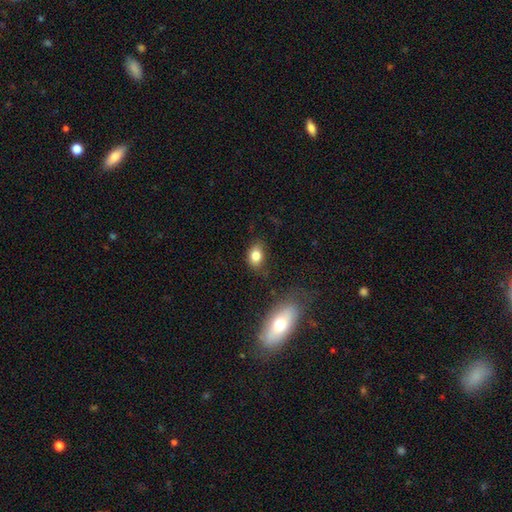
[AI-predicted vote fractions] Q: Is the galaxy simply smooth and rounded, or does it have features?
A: smooth — 81%.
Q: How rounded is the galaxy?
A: in between — 74%.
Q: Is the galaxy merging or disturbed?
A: none — 70%.